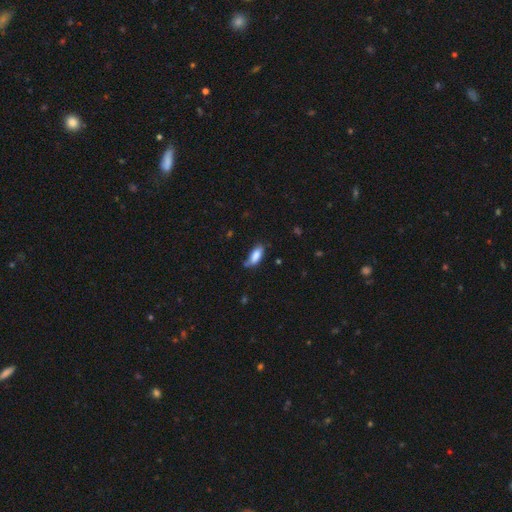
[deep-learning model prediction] Smooth or featured? smooth (84%)
How rounded? in between (81%)
Merging? none (51%)